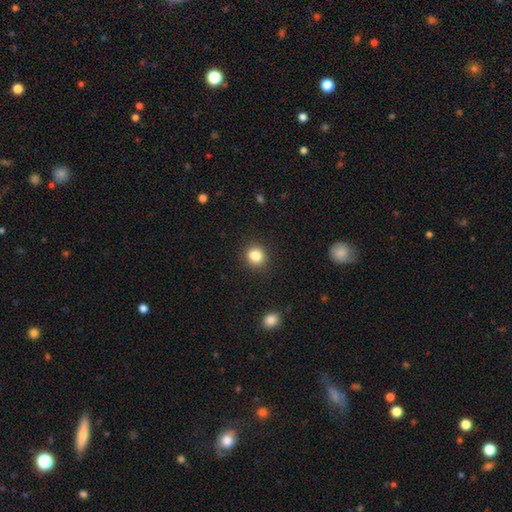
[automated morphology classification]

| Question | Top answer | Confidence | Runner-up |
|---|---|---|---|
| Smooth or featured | smooth | 84% | star or artifact (11%) |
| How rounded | round | 82% | in between (17%) |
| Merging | none | 89% | minor disturbance (7%) |